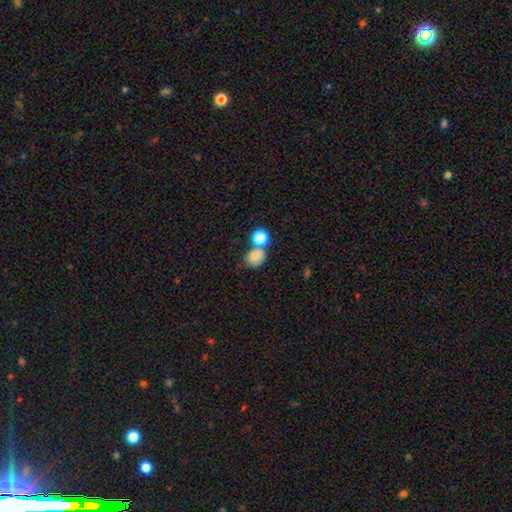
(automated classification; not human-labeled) Smooth or featured?
  - smooth: 80% *
  - star or artifact: 11%
  - featured or disk: 9%
How rounded?
  - round: 52% *
  - in between: 47%
  - cigar-shaped: 1%
Merging?
  - none: 48% *
  - merger: 32%
  - minor disturbance: 14%
  - major disturbance: 6%